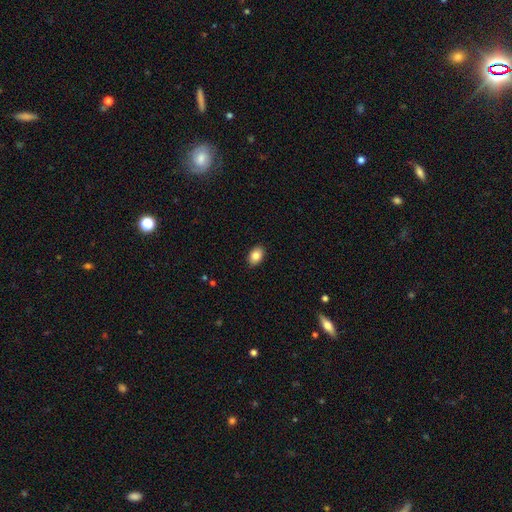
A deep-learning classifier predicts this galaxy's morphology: Smooth or featured? smooth (85%)
How rounded? in between (83%)
Merging? none (90%)